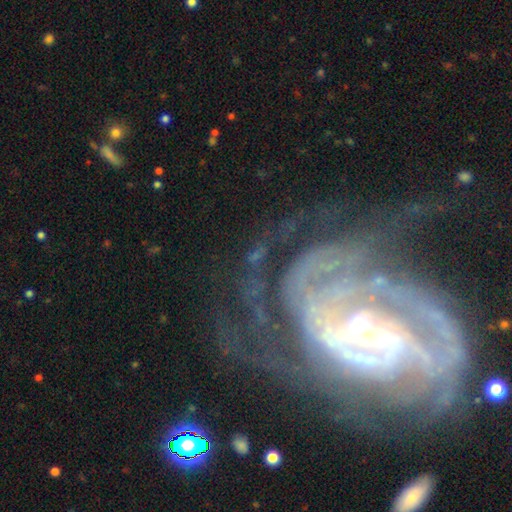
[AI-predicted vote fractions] Overall: featured or disk (69%). Edge-on disk: no (93%). Bar: no (43%; weak 31%). Spiral arms: yes (86%). Spiral arm count: 2 (30%; can't tell 25%). Spiral winding: tight (57%; medium 29%). Bulge size: small (56%; moderate 27%). Merging: none (59%).